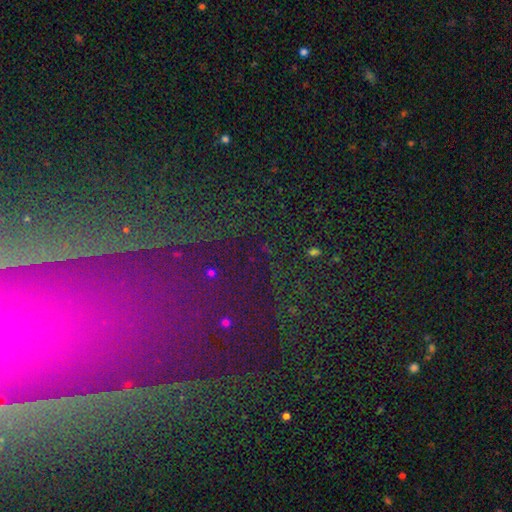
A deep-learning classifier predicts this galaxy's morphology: Q: Smooth or featured?
A: star or artifact (65%); runner-up: featured or disk (20%)